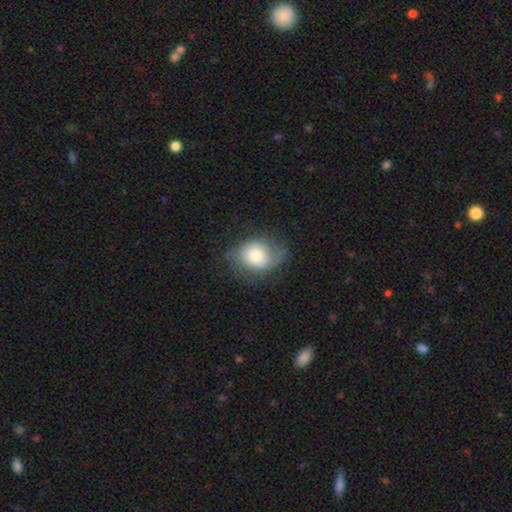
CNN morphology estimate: This appears to be a smooth galaxy with no disk features (66%) that is round (51%). Merging: none (58%).